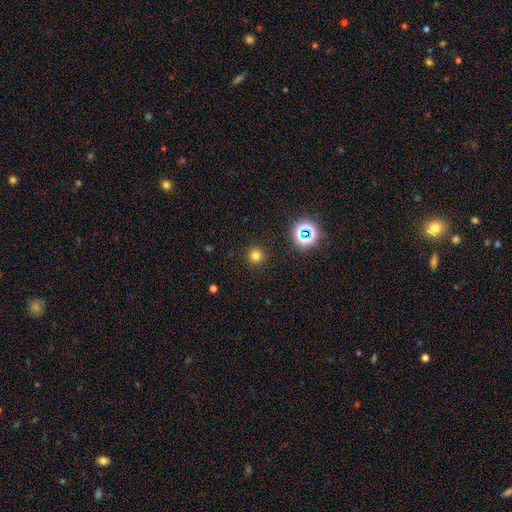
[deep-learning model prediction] Q: Smooth or featured?
A: smooth (73%); runner-up: star or artifact (21%)
Q: How rounded?
A: round (95%); runner-up: in between (4%)
Q: Merging?
A: none (90%); runner-up: minor disturbance (6%)